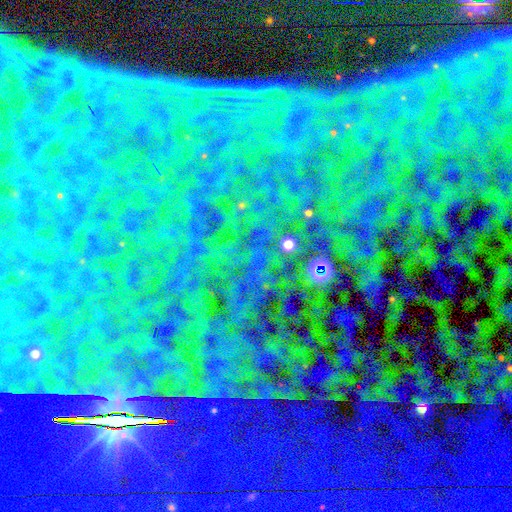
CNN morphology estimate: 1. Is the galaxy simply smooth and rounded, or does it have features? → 85% star or artifact, 8% smooth, 7% featured or disk.